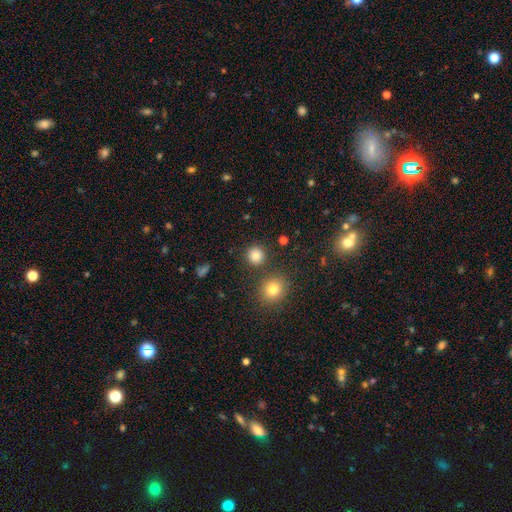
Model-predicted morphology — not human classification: The model was most divided on "smooth or featured": smooth: 83%, star or artifact: 12%, featured or disk: 5%. More confident: how rounded — round (91%); merging — none (86%).